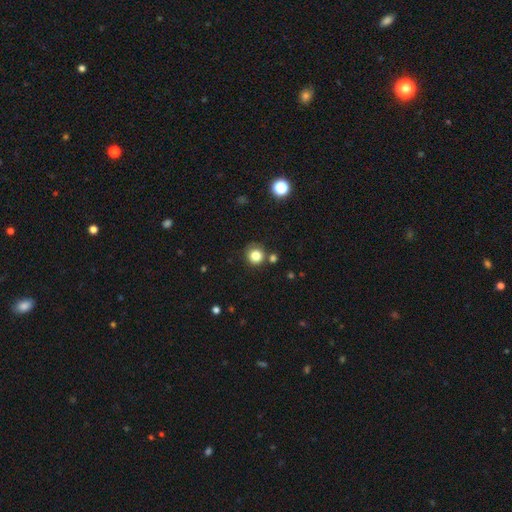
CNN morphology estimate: A smooth galaxy with no disk features (82%) that is round (92%).

Vote fractions:
- Smooth or featured? smooth: 82% / star or artifact: 12% / featured or disk: 6%
- How rounded? round: 92% / in between: 7% / cigar-shaped: 1%
- Merging? none: 78% / minor disturbance: 11% / merger: 7% / major disturbance: 3%